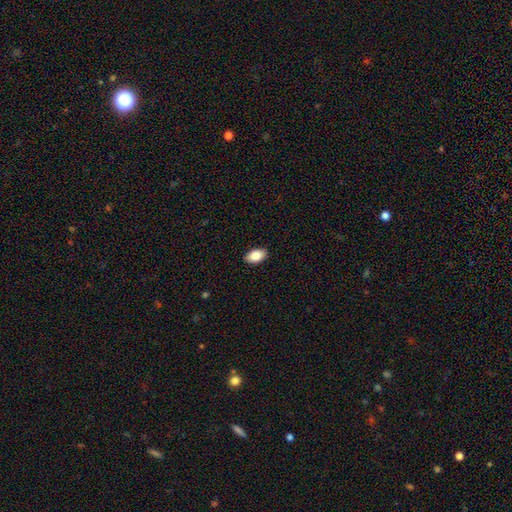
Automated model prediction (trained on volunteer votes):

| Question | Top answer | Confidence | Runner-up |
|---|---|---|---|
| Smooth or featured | smooth | 85% | featured or disk (8%) |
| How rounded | in between | 93% | round (5%) |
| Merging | none | 90% | minor disturbance (8%) |